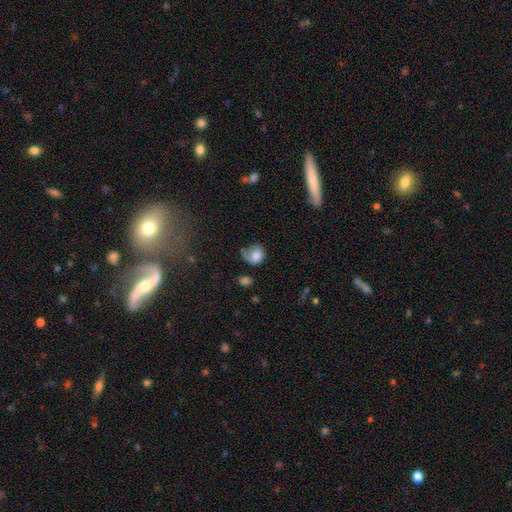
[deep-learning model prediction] Overall: smooth (66%). How rounded: round (63%; in between 36%). Merging: none (36%; major disturbance 31%).